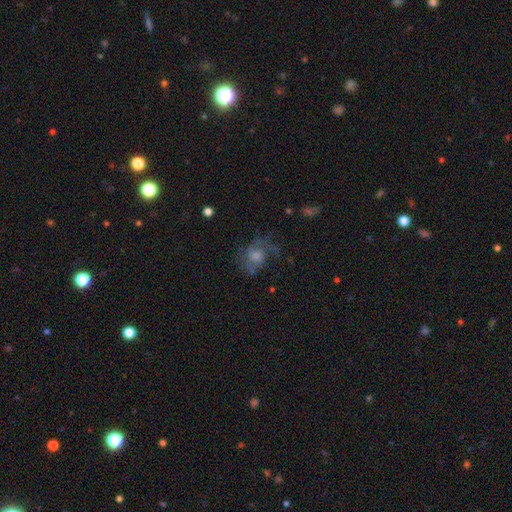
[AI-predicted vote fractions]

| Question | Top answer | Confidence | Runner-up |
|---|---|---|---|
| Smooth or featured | featured or disk | 59% | smooth (24%) |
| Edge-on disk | no | 97% | yes (3%) |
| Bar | no | 74% | weak (23%) |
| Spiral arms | yes | 82% | no (18%) |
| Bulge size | moderate | 49% | small (27%) |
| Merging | none | 59% | major disturbance (21%) |